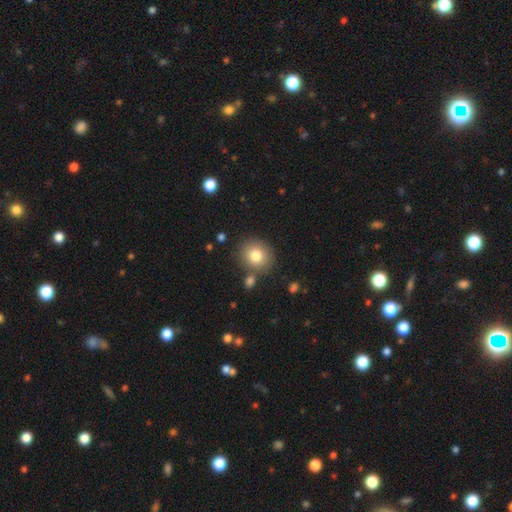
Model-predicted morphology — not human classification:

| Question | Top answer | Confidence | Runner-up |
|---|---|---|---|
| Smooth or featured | smooth | 80% | featured or disk (10%) |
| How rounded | round | 79% | in between (20%) |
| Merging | none | 77% | minor disturbance (10%) |